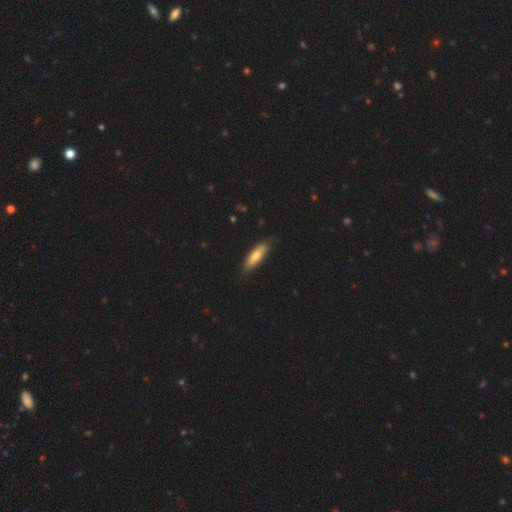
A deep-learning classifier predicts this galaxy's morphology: The model was most divided on "how rounded": cigar-shaped: 62%, in between: 36%, round: 2%. More confident: merging — none (83%); smooth or featured — smooth (72%).